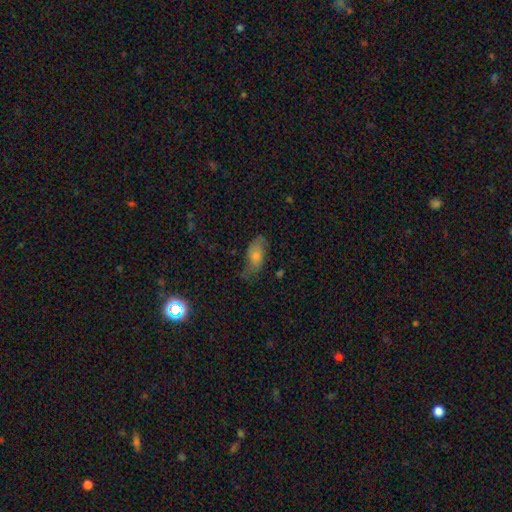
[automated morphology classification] Smooth or featured? smooth (56%)
How rounded? in between (83%)
Merging? none (59%)